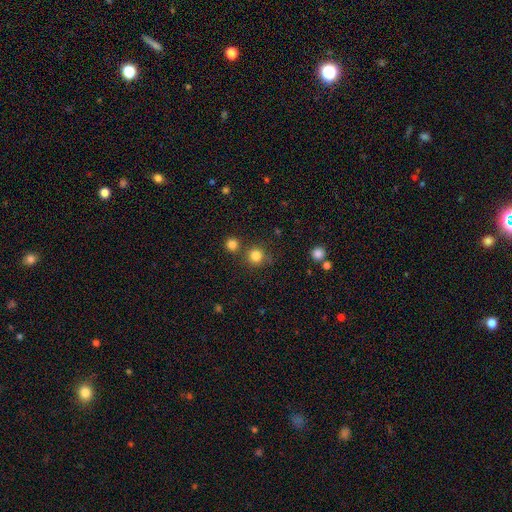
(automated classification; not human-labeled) Q: Smooth or featured?
A: smooth (82%); runner-up: star or artifact (13%)
Q: How rounded?
A: round (93%); runner-up: in between (6%)
Q: Merging?
A: none (77%); runner-up: merger (12%)